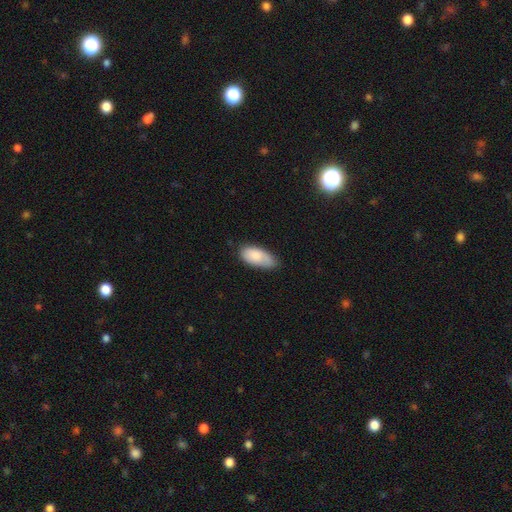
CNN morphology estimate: The model was most divided on "merging": none: 62%, minor disturbance: 31%, major disturbance: 6%, merger: 2%. More confident: how rounded — in between (91%); smooth or featured — smooth (83%).